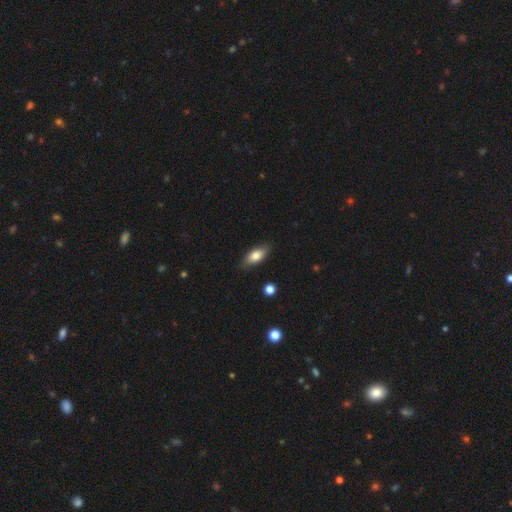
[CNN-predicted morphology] Smooth or featured? smooth (78%)
How rounded? in between (84%)
Merging? none (83%)